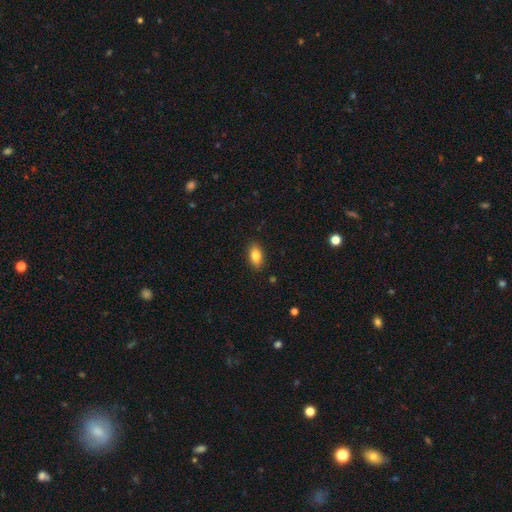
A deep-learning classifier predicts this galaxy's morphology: Smooth or featured: smooth — 83% (featured or disk — 10%)
How rounded: in between — 90% (round — 6%)
Merging: none — 88% (minor disturbance — 9%)